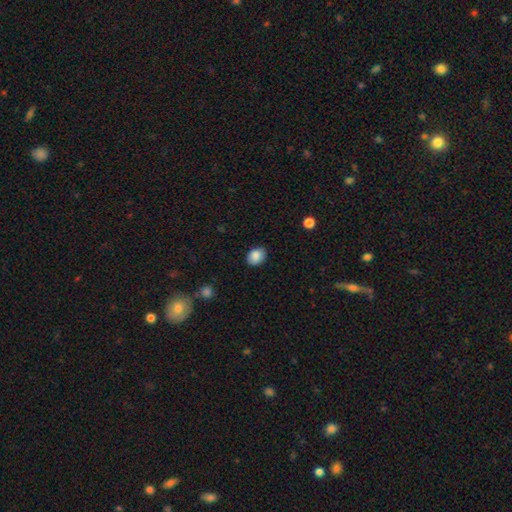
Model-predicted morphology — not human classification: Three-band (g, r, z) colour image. It shows a smooth galaxy with no disk features (87%) that is in between round and cigar-shaped (63%). Merging: none (85%).